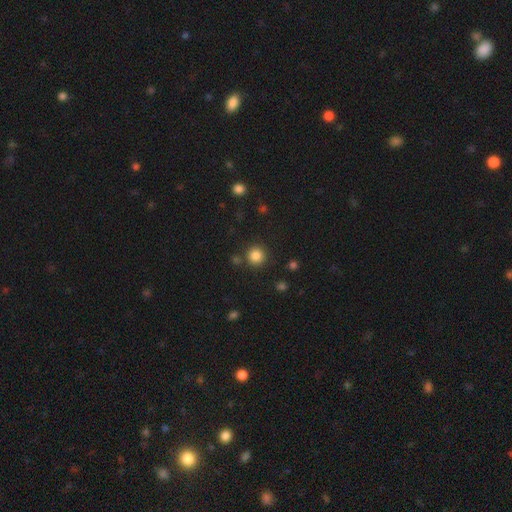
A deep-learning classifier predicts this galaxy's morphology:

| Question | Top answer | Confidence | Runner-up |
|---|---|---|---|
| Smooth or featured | smooth | 85% | star or artifact (11%) |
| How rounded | round | 94% | in between (5%) |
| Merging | none | 86% | minor disturbance (7%) |